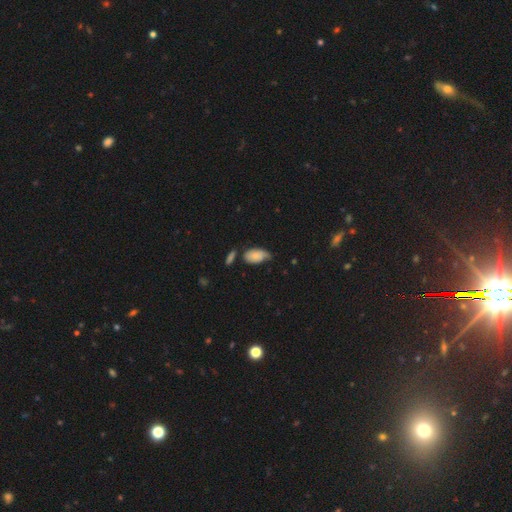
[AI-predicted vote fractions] Smooth or featured: smooth — 73% (featured or disk — 20%)
How rounded: in between — 92% (round — 6%)
Merging: none — 42% (minor disturbance — 39%)